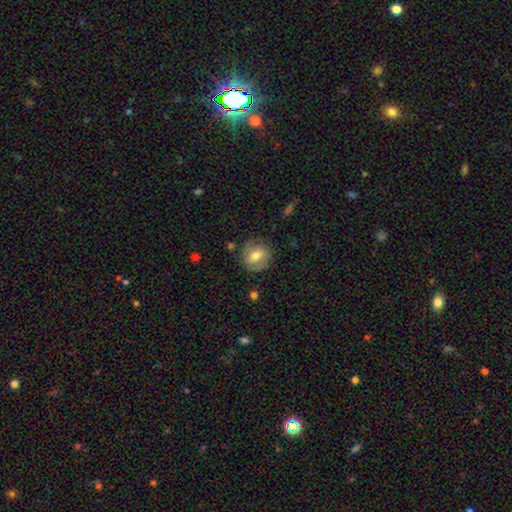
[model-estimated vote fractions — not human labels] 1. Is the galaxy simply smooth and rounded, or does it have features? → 57% smooth, 35% featured or disk, 8% star or artifact.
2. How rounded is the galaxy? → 77% round, 22% in between, 1% cigar-shaped.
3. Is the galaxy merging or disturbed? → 76% none, 17% minor disturbance, 6% major disturbance, 2% merger.